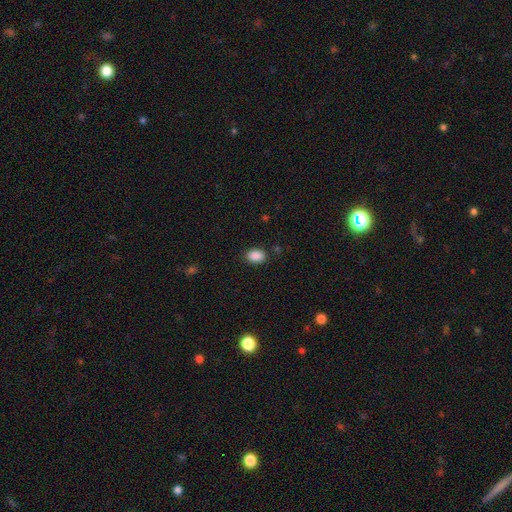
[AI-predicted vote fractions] Smooth or featured? Predicted: smooth (p=0.89). How rounded? Predicted: in between (p=0.84). Merging? Predicted: none (p=0.86).